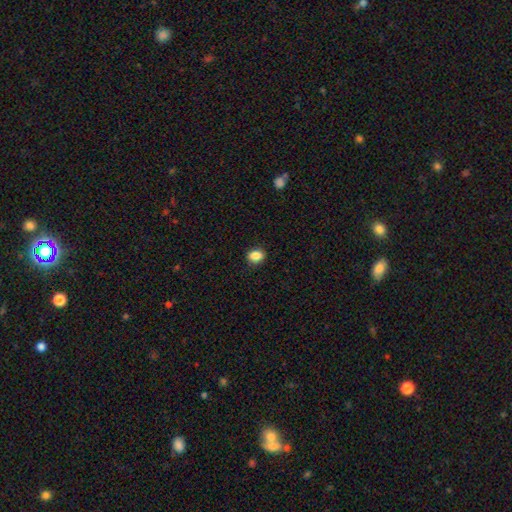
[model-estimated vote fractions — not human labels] Morphology: type=smooth (87%); roundness=in between (54%); merging=none (86%).